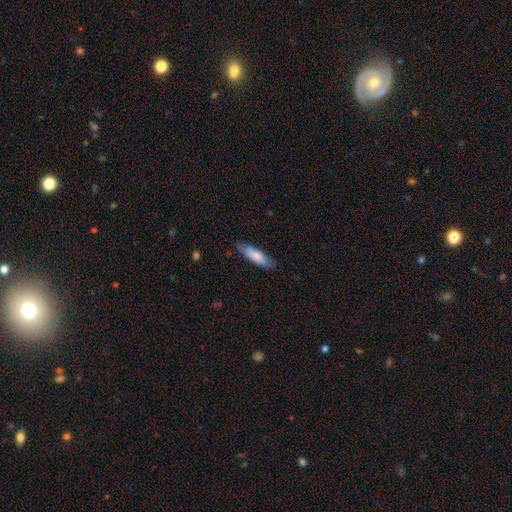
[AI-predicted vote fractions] This is clearly a smooth galaxy (81%). How rounded: possibly cigar-shaped (58%). Merging: likely none (79%).